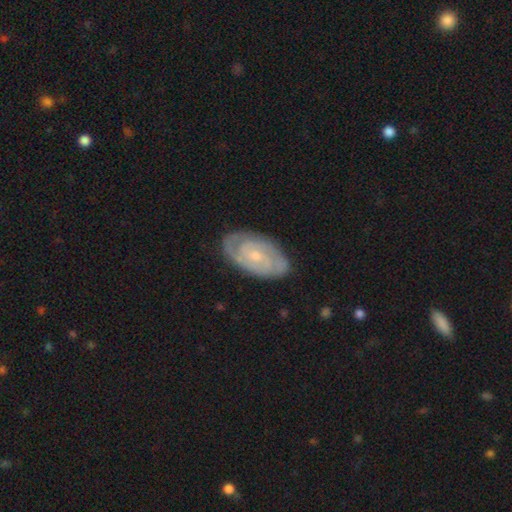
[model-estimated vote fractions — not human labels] smooth_or_featured: featured or disk (p=0.83) [alt: smooth p=0.12]
disk_edge_on: no (p=0.96) [alt: yes p=0.04]
bar: no (p=0.62) [alt: weak p=0.32]
has_spiral_arms: yes (p=0.96) [alt: no p=0.04]
spiral_winding: tight (p=0.73) [alt: medium p=0.23]
spiral_arm_count: 2 (p=0.61) [alt: can't tell p=0.17]
bulge_size: small (p=0.61) [alt: moderate p=0.33]
merging: none (p=0.81) [alt: minor disturbance p=0.14]